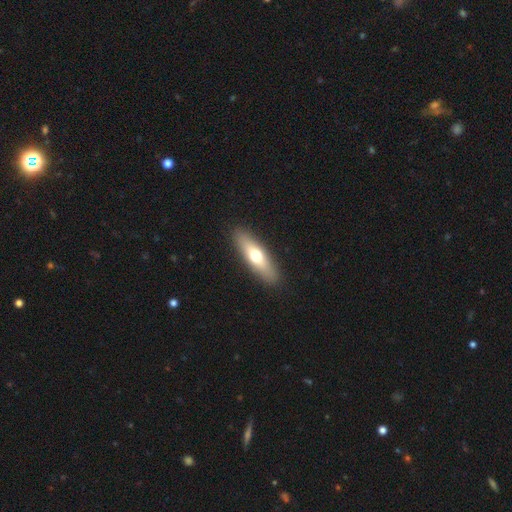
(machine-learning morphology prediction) smooth-or-featured: smooth: 60% | featured or disk: 34% | star or artifact: 6%
  how-rounded: cigar-shaped: 59% | in between: 38% | round: 2%
  merging: none: 90% | minor disturbance: 7% | major disturbance: 2% | merger: 1%